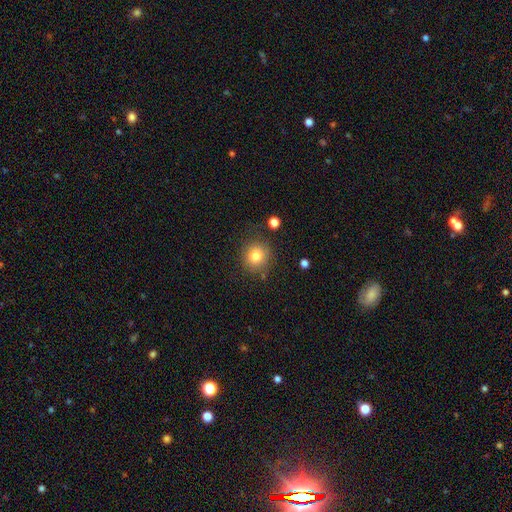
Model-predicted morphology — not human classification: A smooth galaxy with no disk features (80%) that is round (86%). Merging: none (82%).